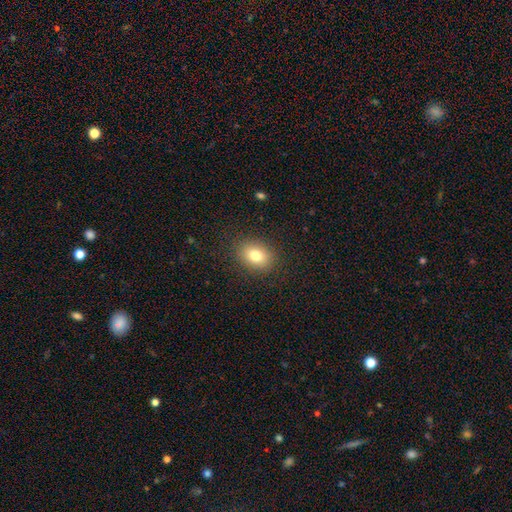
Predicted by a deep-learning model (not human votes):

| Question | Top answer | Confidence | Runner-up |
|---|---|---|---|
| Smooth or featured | smooth | 80% | star or artifact (10%) |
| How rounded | in between | 66% | round (33%) |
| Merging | none | 88% | minor disturbance (9%) |